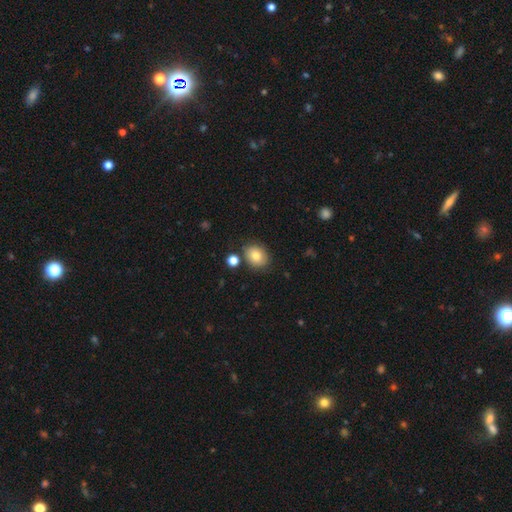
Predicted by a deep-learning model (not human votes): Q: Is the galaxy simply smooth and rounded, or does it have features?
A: smooth — 81%.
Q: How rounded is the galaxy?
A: round — 55%.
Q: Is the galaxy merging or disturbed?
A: none — 79%.